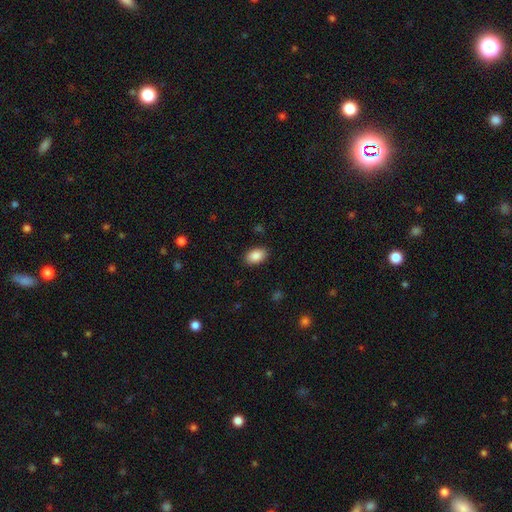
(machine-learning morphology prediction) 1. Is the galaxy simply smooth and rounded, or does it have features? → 89% smooth, 7% star or artifact, 4% featured or disk.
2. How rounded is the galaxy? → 90% in between, 8% round, 1% cigar-shaped.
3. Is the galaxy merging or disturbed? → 88% none, 9% minor disturbance, 2% major disturbance, 1% merger.